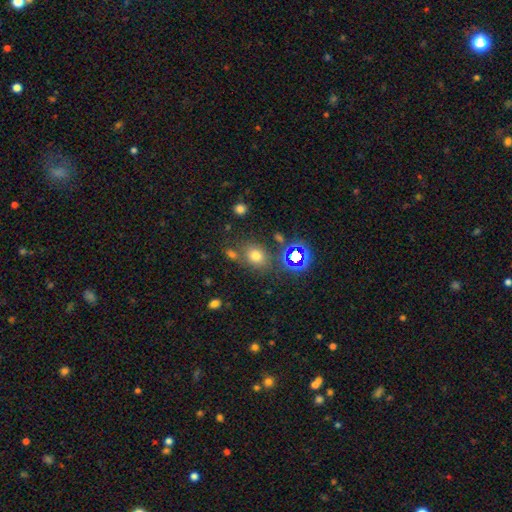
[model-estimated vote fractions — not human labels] Q: Smooth or featured?
A: smooth (68%); runner-up: star or artifact (23%)
Q: How rounded?
A: round (52%); runner-up: in between (46%)
Q: Merging?
A: none (70%); runner-up: minor disturbance (13%)